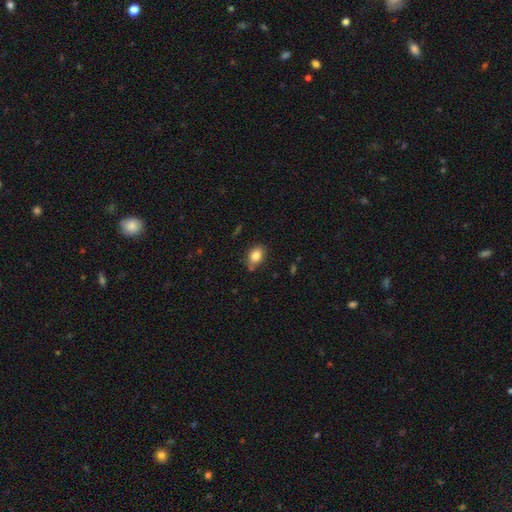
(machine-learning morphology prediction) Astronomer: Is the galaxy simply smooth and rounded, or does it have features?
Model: smooth — 84%.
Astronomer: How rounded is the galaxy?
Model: in between — 76%.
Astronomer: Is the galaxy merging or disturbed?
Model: none — 70%.